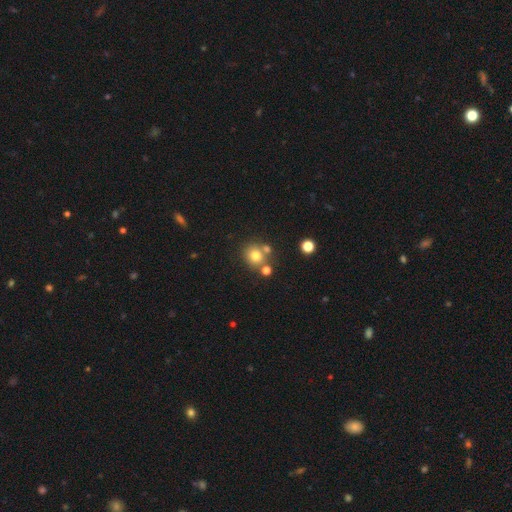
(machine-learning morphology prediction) Smooth or featured? Predicted: smooth (p=0.76). How rounded? Predicted: round (p=0.85). Merging? Predicted: none (p=0.65).